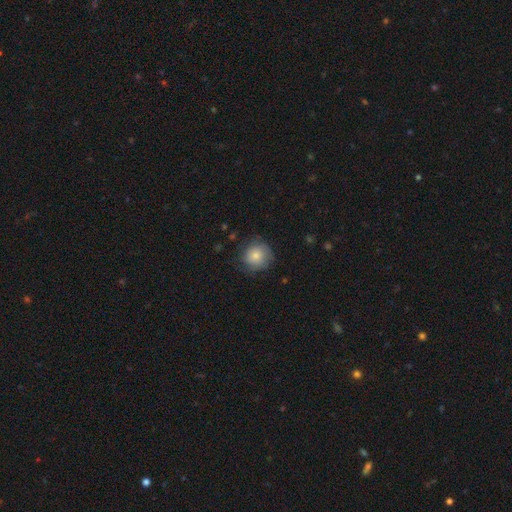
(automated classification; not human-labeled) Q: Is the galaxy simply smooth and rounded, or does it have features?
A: smooth — 78%.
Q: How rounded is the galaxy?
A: round — 89%.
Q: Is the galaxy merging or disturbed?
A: none — 71%.